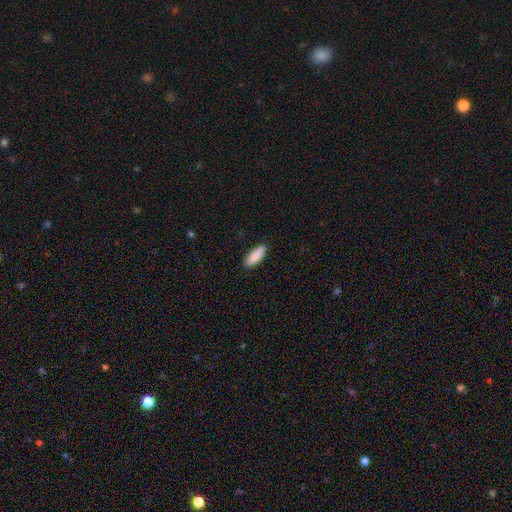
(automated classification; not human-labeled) A smooth galaxy with no disk features (89%) that is in between round and cigar-shaped (64%).

Vote fractions:
- Smooth or featured? smooth: 89% / star or artifact: 6% / featured or disk: 6%
- How rounded? in between: 64% / cigar-shaped: 34% / round: 2%
- Merging? none: 88% / minor disturbance: 9% / major disturbance: 2% / merger: 1%